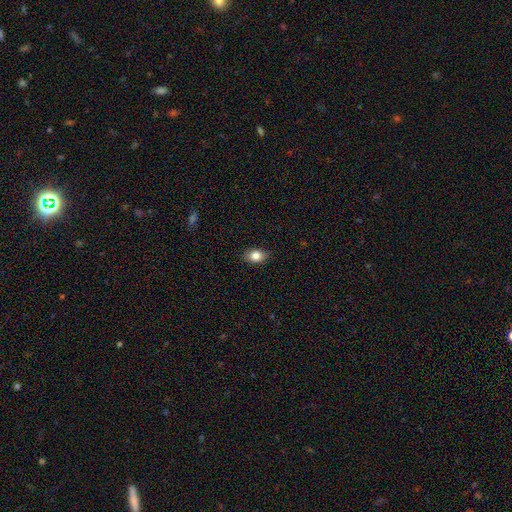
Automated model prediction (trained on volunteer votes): This appears to be a smooth galaxy with no disk features (83%) that is in between round and cigar-shaped (75%). Merging: none (86%).